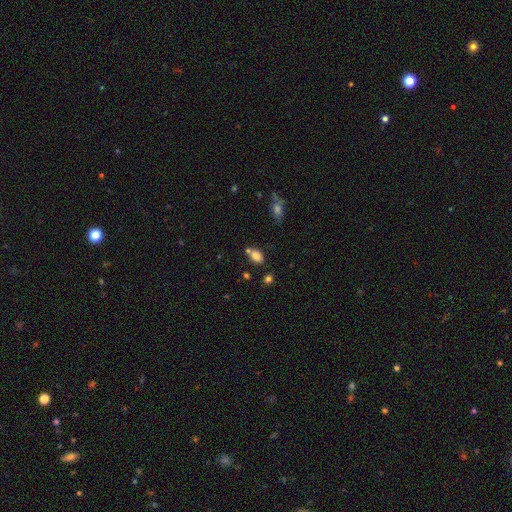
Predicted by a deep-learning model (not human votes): Q: Smooth or featured?
A: smooth (82%); runner-up: star or artifact (12%)
Q: How rounded?
A: in between (83%); runner-up: round (15%)
Q: Merging?
A: none (62%); runner-up: merger (18%)